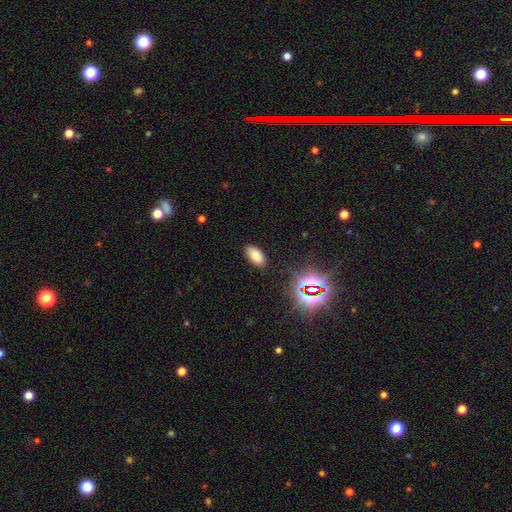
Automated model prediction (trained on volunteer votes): smooth-or-featured: smooth: 76% | star or artifact: 17% | featured or disk: 7%
  how-rounded: in between: 94% | round: 3% | cigar-shaped: 3%
  merging: none: 84% | minor disturbance: 12% | major disturbance: 3% | merger: 1%